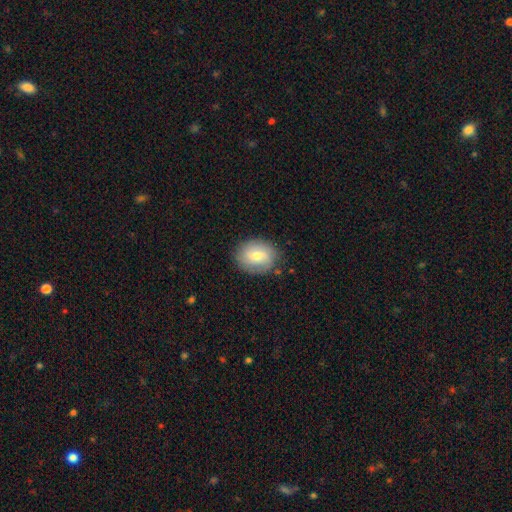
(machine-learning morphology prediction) Q: Smooth or featured?
A: smooth (62%); runner-up: featured or disk (30%)
Q: How rounded?
A: round (54%); runner-up: in between (45%)
Q: Merging?
A: none (83%); runner-up: minor disturbance (13%)